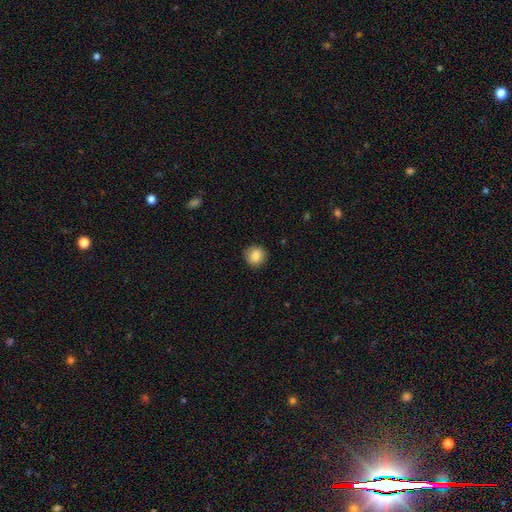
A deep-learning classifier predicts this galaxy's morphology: The model was most divided on "smooth or featured": smooth: 85%, star or artifact: 9%, featured or disk: 6%. More confident: how rounded — round (90%); merging — none (88%).